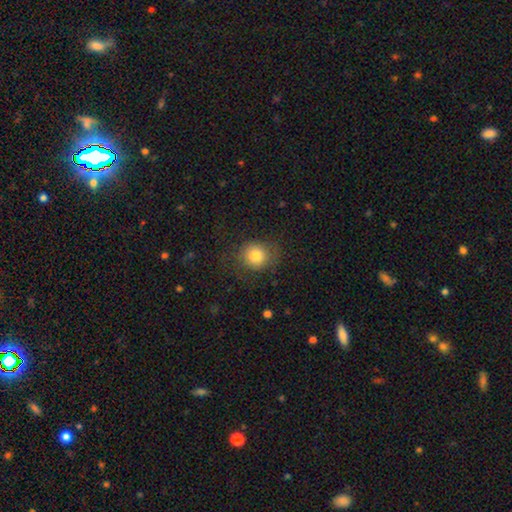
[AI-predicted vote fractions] A smooth galaxy with no disk features (80%) that is round (84%). Merging: none (76%).